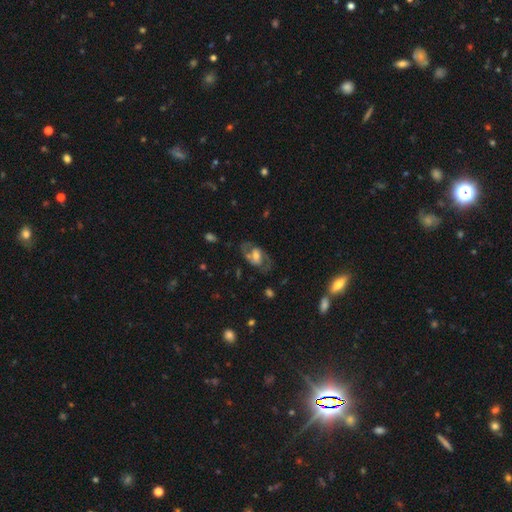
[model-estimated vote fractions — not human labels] Smooth or featured: featured or disk — 76% (smooth — 17%)
Edge-on disk: no — 95% (yes — 5%)
Bar: weak — 44% (no — 34%)
Spiral arms: yes — 86% (no — 14%)
Spiral winding: medium — 54% (loose — 26%)
Spiral arm count: 2 — 88% (can't tell — 6%)
Bulge size: moderate — 52% (small — 23%)
Merging: none — 70% (minor disturbance — 16%)